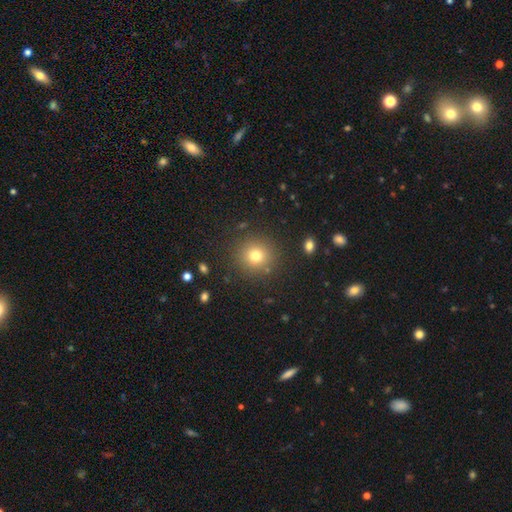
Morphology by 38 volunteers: Overall: smooth (82%). How rounded: round (100%). Merging: none (94%).